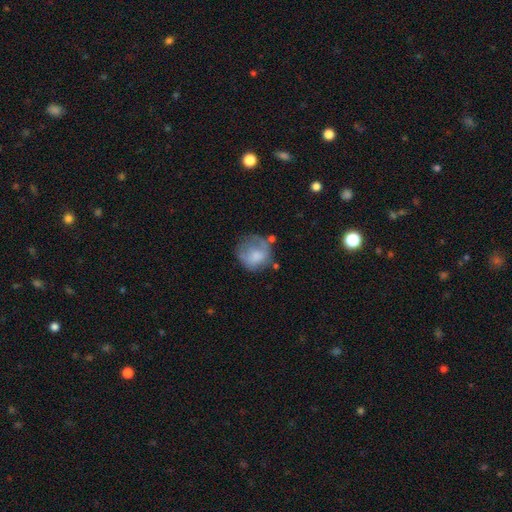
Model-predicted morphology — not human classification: A smooth galaxy with no disk features (65%) that is round (81%). Merging: none (46%).